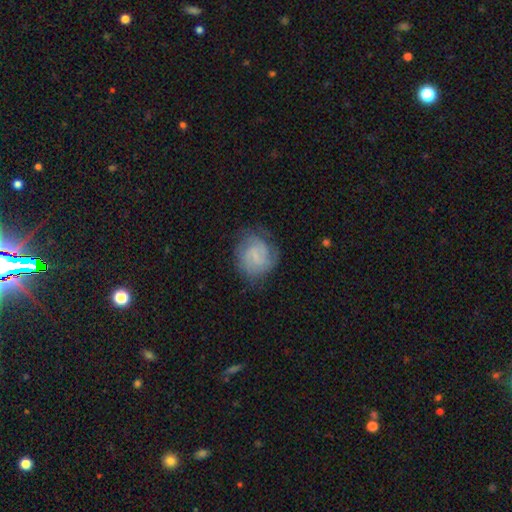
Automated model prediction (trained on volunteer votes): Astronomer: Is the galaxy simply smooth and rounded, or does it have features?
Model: featured or disk — 54% (runner-up: smooth, 38%).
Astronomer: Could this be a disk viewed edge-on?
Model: no — 98%.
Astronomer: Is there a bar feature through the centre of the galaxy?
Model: weak — 47% (runner-up: no, 43%).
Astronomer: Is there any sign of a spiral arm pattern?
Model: yes — 86%.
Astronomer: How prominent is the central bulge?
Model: none — 43% (runner-up: small, 42%).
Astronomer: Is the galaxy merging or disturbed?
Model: none — 69%.